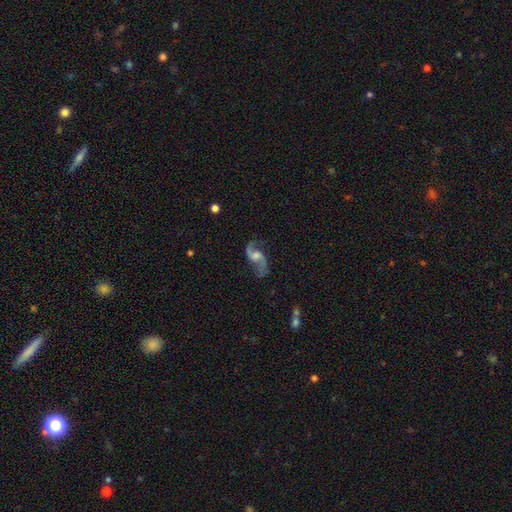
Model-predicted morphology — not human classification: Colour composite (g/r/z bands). It shows a featured or disk galaxy (88%) with a weak bar (48%), 2 (93%) loose (73%) spiral arms (96%) and a moderate central bulge (44%). Merging: none (72%).